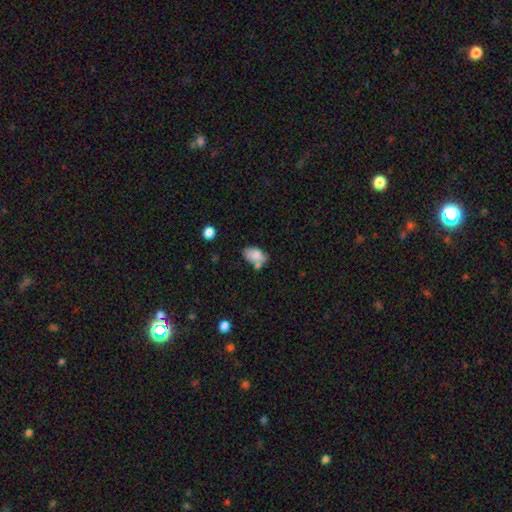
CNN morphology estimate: smooth-or-featured: smooth: 80% | featured or disk: 12% | star or artifact: 8%
  how-rounded: in between: 90% | round: 8% | cigar-shaped: 2%
  merging: none: 52% | minor disturbance: 22% | merger: 20% | major disturbance: 6%